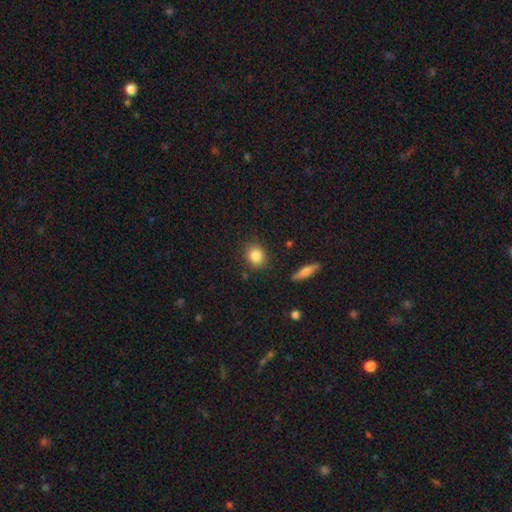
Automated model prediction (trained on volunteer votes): Q: Smooth or featured?
A: smooth (85%); runner-up: star or artifact (9%)
Q: How rounded?
A: round (66%); runner-up: in between (32%)
Q: Merging?
A: none (84%); runner-up: minor disturbance (11%)